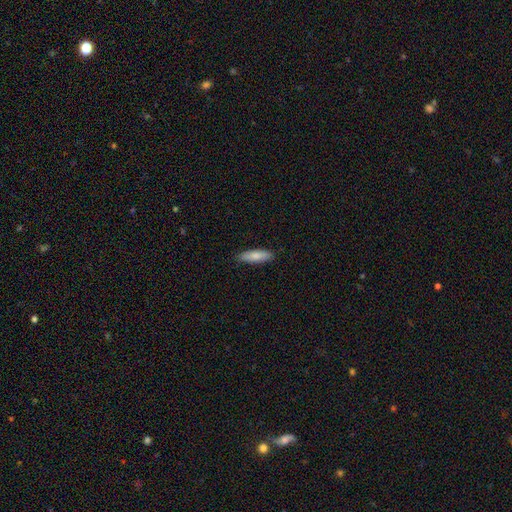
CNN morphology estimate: Smooth or featured? smooth (82%)
How rounded? cigar-shaped (59%)
Merging? none (88%)